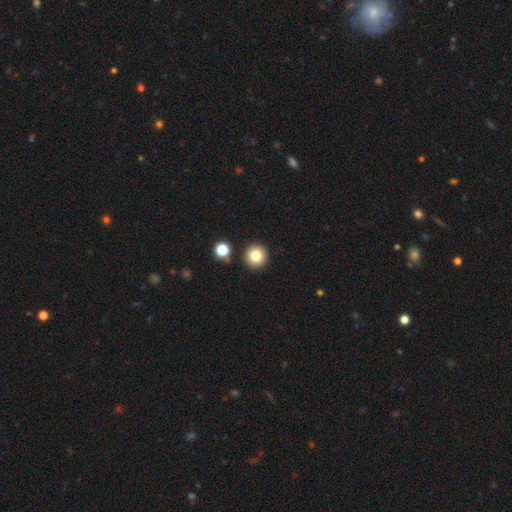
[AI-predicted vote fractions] Smooth or featured? smooth (83%)
How rounded? round (96%)
Merging? none (89%)